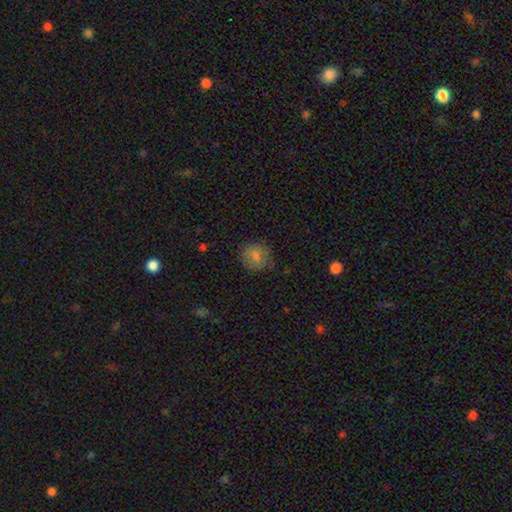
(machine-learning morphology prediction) Smooth or featured? smooth (79%)
How rounded? round (83%)
Merging? none (81%)